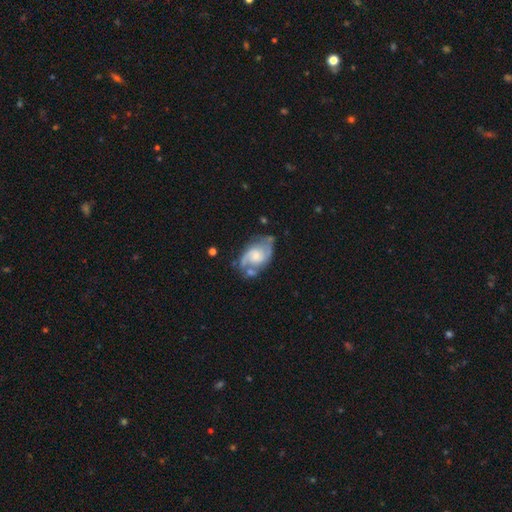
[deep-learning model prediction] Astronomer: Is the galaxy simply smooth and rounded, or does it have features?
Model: featured or disk — 80%.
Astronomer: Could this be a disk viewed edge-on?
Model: no — 97%.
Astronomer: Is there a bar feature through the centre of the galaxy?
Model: no — 60%.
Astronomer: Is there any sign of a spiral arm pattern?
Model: yes — 94%.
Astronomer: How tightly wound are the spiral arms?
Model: medium — 50% (runner-up: loose, 28%).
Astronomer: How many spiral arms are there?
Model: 2 — 85%.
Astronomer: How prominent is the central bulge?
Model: moderate — 42% (runner-up: small, 40%).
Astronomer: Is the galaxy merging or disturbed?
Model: none — 57%.